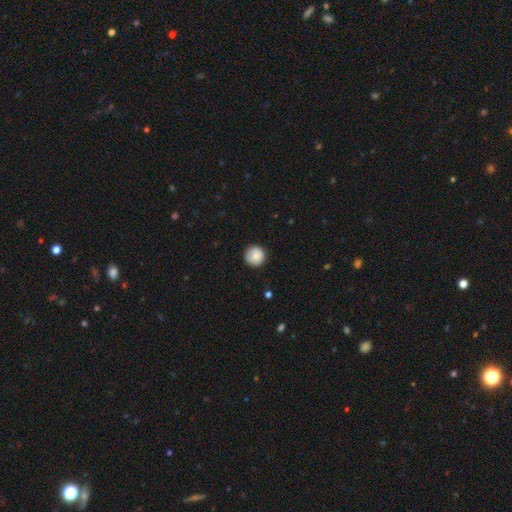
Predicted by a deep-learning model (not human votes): smooth-or-featured: smooth: 85% | featured or disk: 7% | star or artifact: 7%
  how-rounded: round: 96% | in between: 3% | cigar-shaped: 1%
  merging: none: 88% | minor disturbance: 9% | major disturbance: 2% | merger: 1%